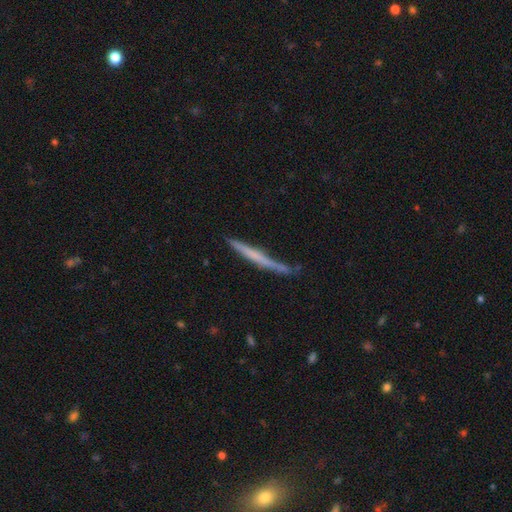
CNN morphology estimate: Smooth or featured? smooth (48%)
Merging? none (66%)